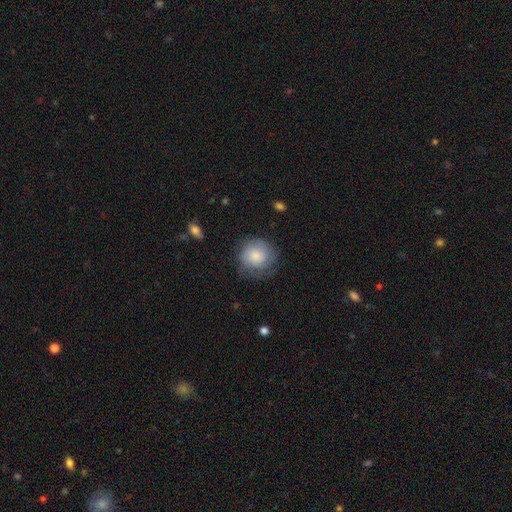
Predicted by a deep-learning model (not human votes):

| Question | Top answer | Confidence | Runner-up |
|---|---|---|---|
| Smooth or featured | smooth | 74% | featured or disk (19%) |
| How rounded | round | 89% | in between (10%) |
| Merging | none | 70% | minor disturbance (20%) |